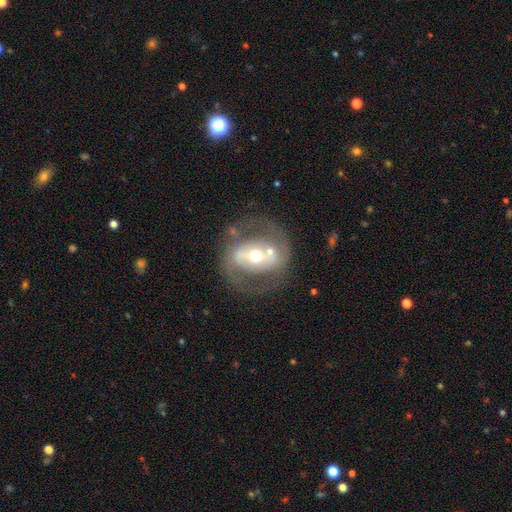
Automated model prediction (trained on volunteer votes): Smooth or featured: featured or disk — 76% (smooth — 17%)
Edge-on disk: no — 95% (yes — 5%)
Bar: strong — 37% (no — 35%)
Spiral arms: yes — 62% (no — 38%)
Bulge size: moderate — 62% (small — 30%)
Merging: none — 63% (minor disturbance — 14%)